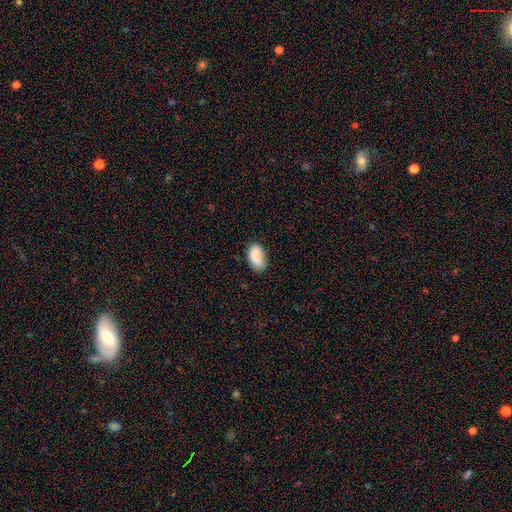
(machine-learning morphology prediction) smooth-or-featured: smooth: 87% | star or artifact: 7% | featured or disk: 6%
  how-rounded: in between: 93% | round: 5% | cigar-shaped: 2%
  merging: none: 64% | minor disturbance: 28% | major disturbance: 6% | merger: 2%